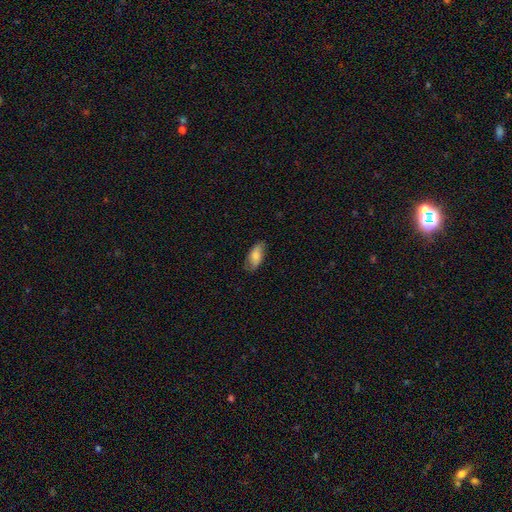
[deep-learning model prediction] Smooth or featured?
  - smooth: 72% *
  - featured or disk: 22%
  - star or artifact: 7%
How rounded?
  - in between: 85% *
  - cigar-shaped: 12%
  - round: 3%
Merging?
  - none: 77% *
  - minor disturbance: 18%
  - major disturbance: 4%
  - merger: 1%